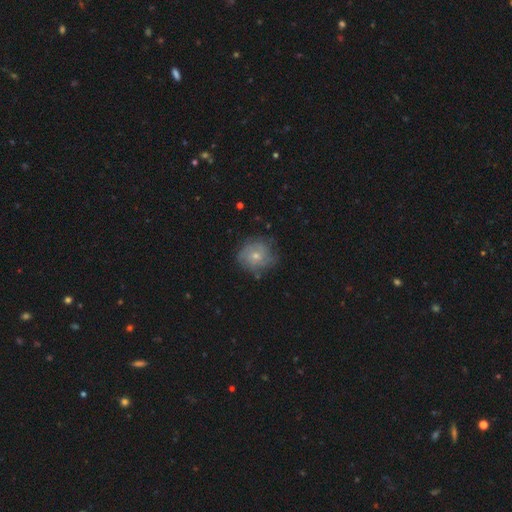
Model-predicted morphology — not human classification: The model was most divided on "smooth or featured": featured or disk: 50%, smooth: 42%, star or artifact: 9%. More confident: merging — none (66%).